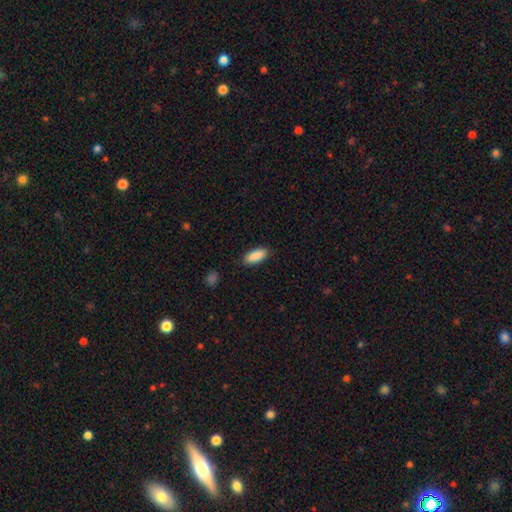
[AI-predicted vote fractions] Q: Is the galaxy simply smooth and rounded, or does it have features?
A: smooth — 90%.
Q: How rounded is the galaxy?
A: in between — 81%.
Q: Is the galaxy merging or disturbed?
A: none — 88%.